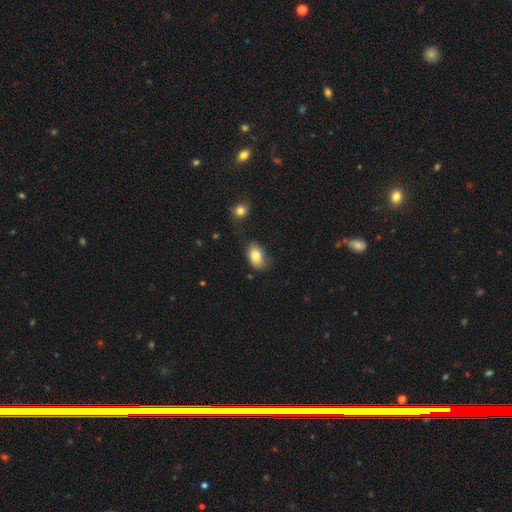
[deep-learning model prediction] The model was most divided on "merging": none: 64%, minor disturbance: 26%, major disturbance: 6%, merger: 4%. More confident: how rounded — in between (88%); smooth or featured — smooth (82%).